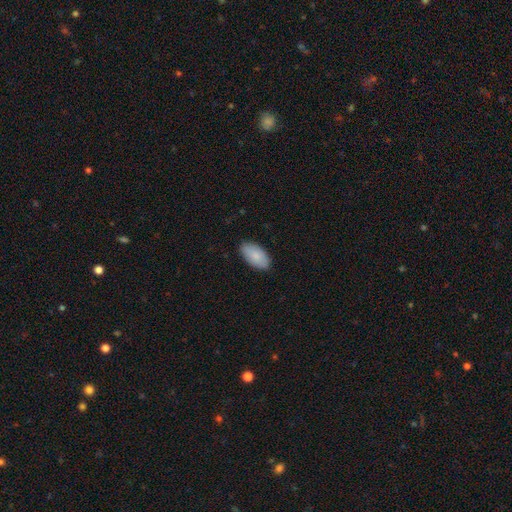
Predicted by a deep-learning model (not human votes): A smooth galaxy with no disk features (86%) that is in between round and cigar-shaped (95%). Merging: none (87%).